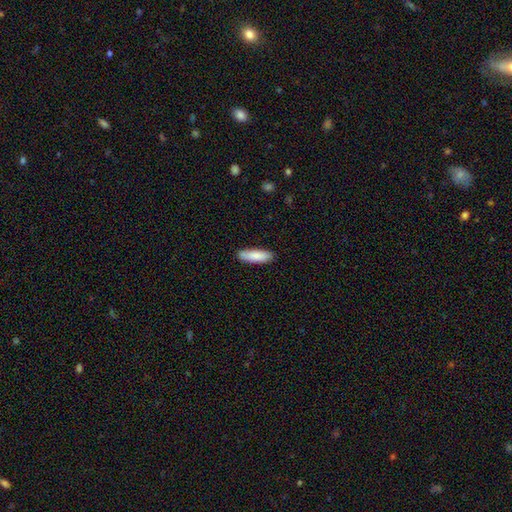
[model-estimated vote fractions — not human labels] Q: Smooth or featured?
A: smooth (84%); runner-up: featured or disk (11%)
Q: How rounded?
A: cigar-shaped (52%); runner-up: in between (46%)
Q: Merging?
A: none (84%); runner-up: minor disturbance (12%)